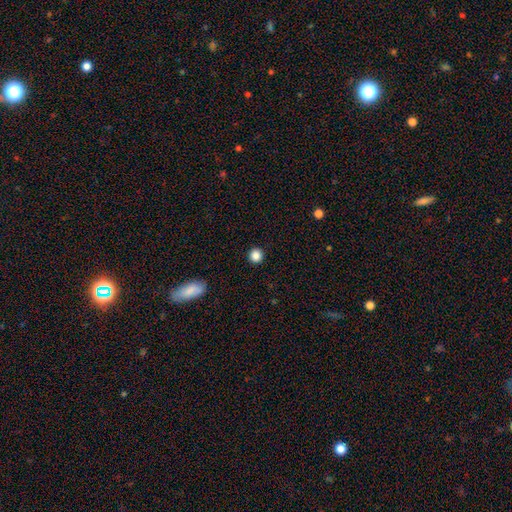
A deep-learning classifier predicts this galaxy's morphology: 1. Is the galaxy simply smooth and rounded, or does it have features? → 86% smooth, 10% star or artifact, 3% featured or disk.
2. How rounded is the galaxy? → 93% round, 6% in between, 1% cigar-shaped.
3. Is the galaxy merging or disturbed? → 92% none, 5% minor disturbance, 2% major disturbance, 1% merger.